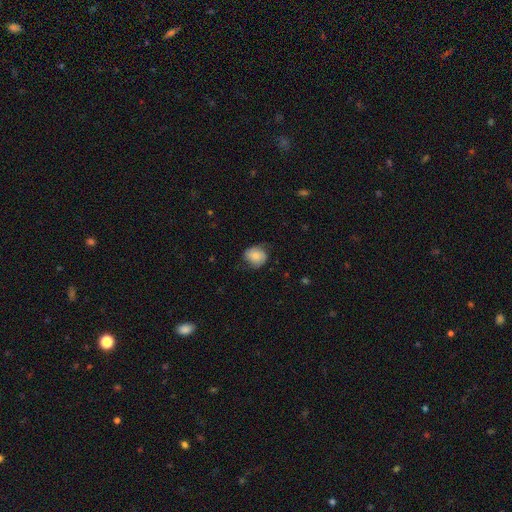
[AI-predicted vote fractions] Smooth or featured?
  - smooth: 69% *
  - featured or disk: 23%
  - star or artifact: 8%
How rounded?
  - round: 67% *
  - in between: 32%
  - cigar-shaped: 1%
Merging?
  - none: 63% *
  - minor disturbance: 27%
  - major disturbance: 9%
  - merger: 1%